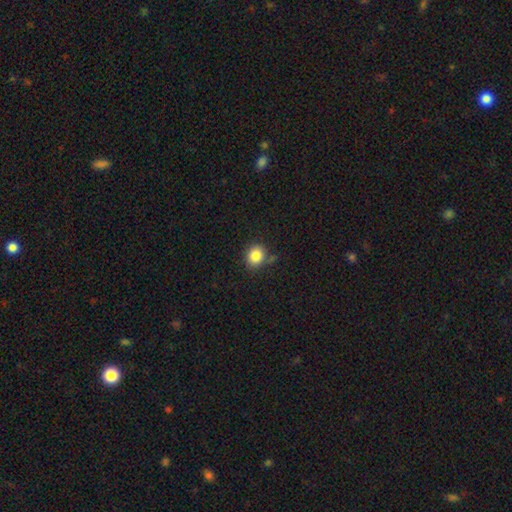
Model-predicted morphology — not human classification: A smooth galaxy with no disk features (85%) that is round (71%).

Vote fractions:
- Smooth or featured? smooth: 85% / star or artifact: 10% / featured or disk: 5%
- How rounded? round: 71% / in between: 28% / cigar-shaped: 1%
- Merging? none: 77% / minor disturbance: 14% / merger: 6% / major disturbance: 4%